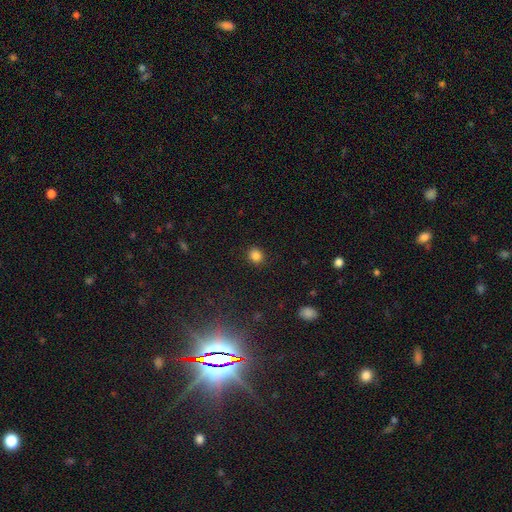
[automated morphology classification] Smooth or featured: smooth — 84% (star or artifact — 12%)
How rounded: round — 76% (in between — 23%)
Merging: none — 90% (minor disturbance — 7%)